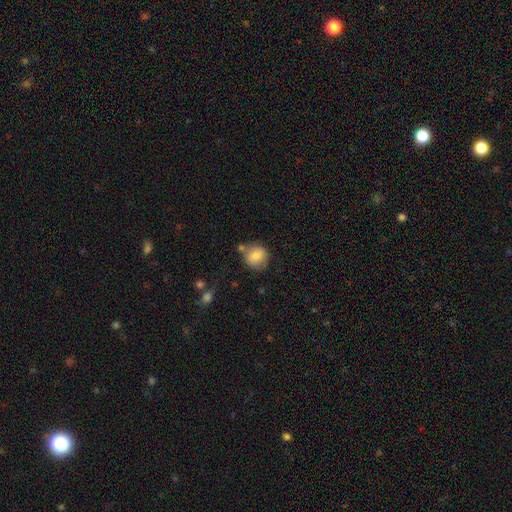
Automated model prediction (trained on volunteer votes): Smooth or featured? Predicted: smooth (p=0.78). How rounded? Predicted: round (p=0.86). Merging? Predicted: none (p=0.70).